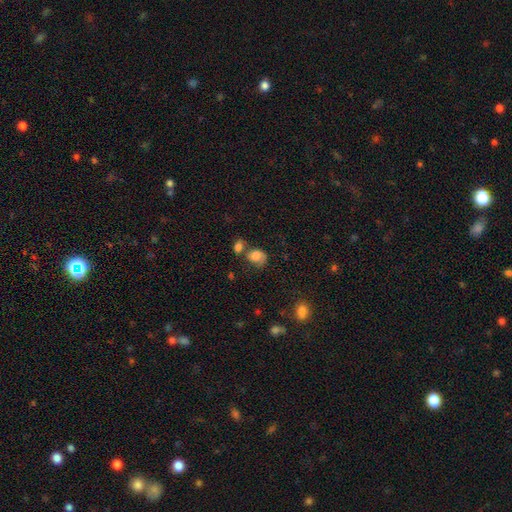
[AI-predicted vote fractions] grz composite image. It shows a smooth galaxy with no disk features (73%) that is in between round and cigar-shaped (56%). Merging: merger (35%).